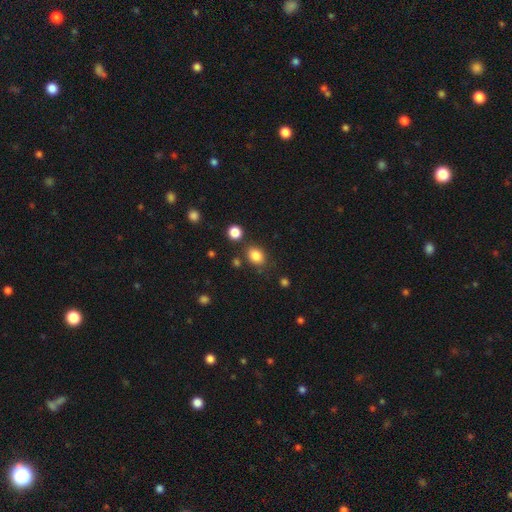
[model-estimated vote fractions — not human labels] A smooth galaxy with no disk features (84%) that is in between round and cigar-shaped (59%).

Vote fractions:
- Smooth or featured? smooth: 84% / star or artifact: 11% / featured or disk: 5%
- How rounded? in between: 59% / round: 40% / cigar-shaped: 1%
- Merging? none: 78% / minor disturbance: 12% / merger: 6% / major disturbance: 4%